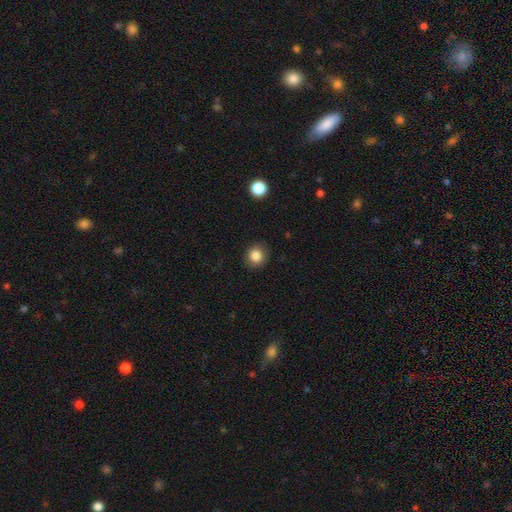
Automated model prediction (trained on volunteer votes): Q: Smooth or featured?
A: smooth (85%); runner-up: star or artifact (10%)
Q: How rounded?
A: round (83%); runner-up: in between (16%)
Q: Merging?
A: none (86%); runner-up: minor disturbance (10%)